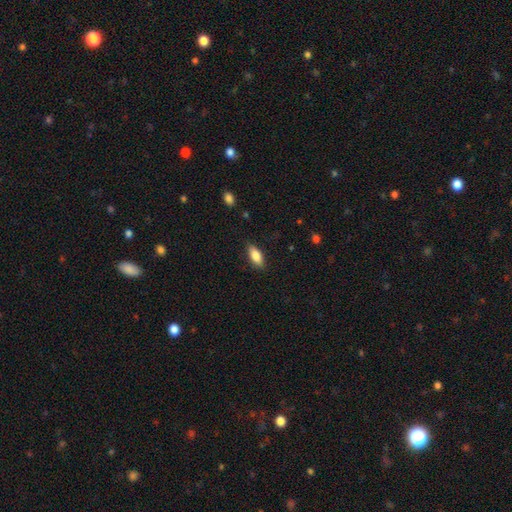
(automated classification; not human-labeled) Smooth or featured? smooth (82%)
How rounded? in between (81%)
Merging? none (85%)